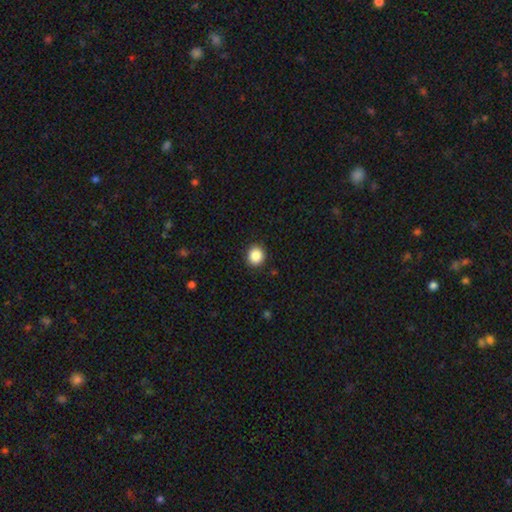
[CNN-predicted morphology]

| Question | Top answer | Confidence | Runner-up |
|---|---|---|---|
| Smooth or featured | smooth | 87% | star or artifact (9%) |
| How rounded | round | 84% | in between (16%) |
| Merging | none | 90% | minor disturbance (7%) |